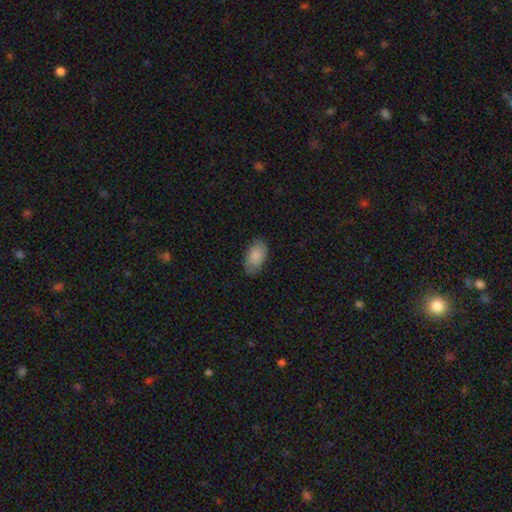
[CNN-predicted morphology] smooth 81%, featured or disk 13%, star or artifact 7%. Down the decision tree: how rounded — in between (93%); merging — none (77%).